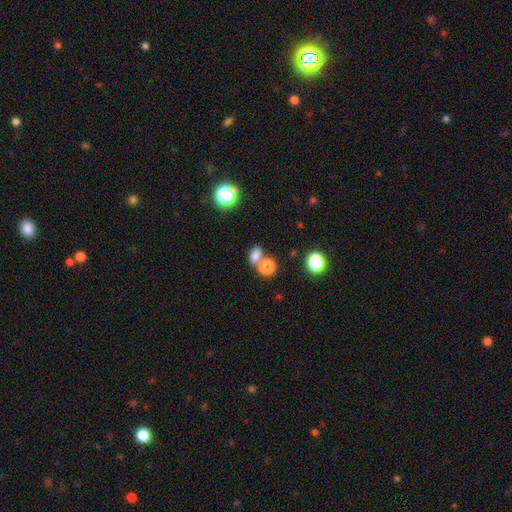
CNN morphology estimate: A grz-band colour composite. It shows a smooth galaxy with no disk features (77%) that is in between round and cigar-shaped (64%). Merging: none (51%).